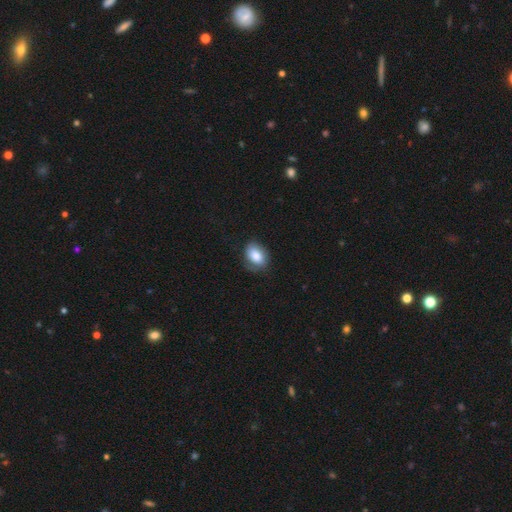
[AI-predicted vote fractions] Morphology: type=smooth (79%); roundness=in between (79%); merging=none (67%).